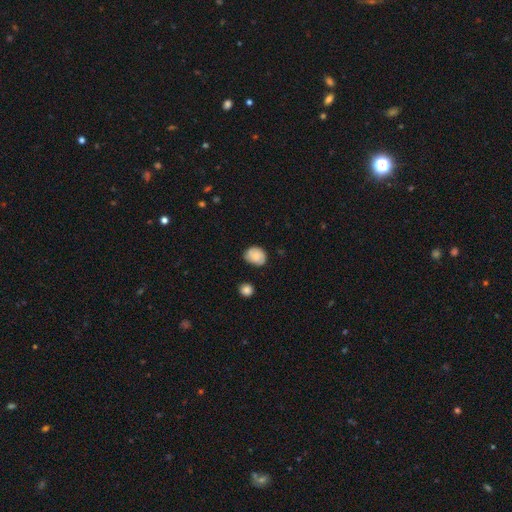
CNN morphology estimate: Smooth or featured? smooth (74%)
How rounded? round (53%)
Merging? none (68%)